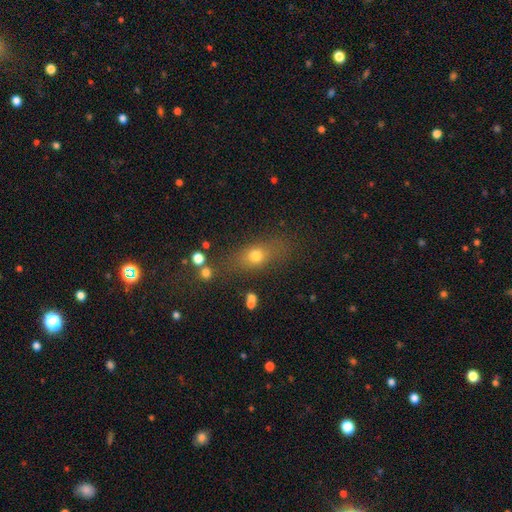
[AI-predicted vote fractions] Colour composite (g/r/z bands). It shows a smooth galaxy with no disk features (66%) that is in between round and cigar-shaped (54%). Merging: none (70%).